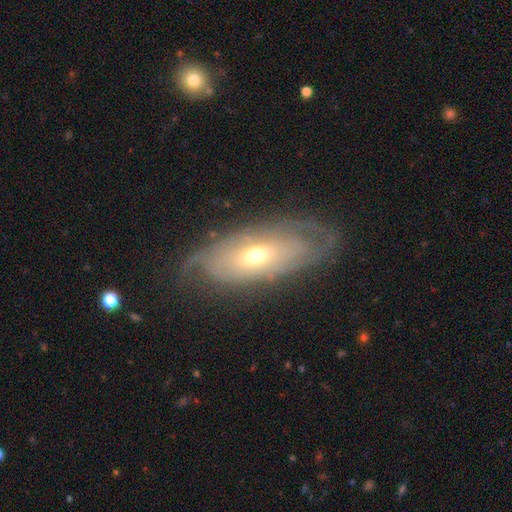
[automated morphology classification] smooth_or_featured: featured or disk (p=0.69) [alt: smooth p=0.24]
disk_edge_on: no (p=0.83) [alt: yes p=0.17]
bar: no (p=0.73) [alt: weak p=0.21]
has_spiral_arms: yes (p=0.72) [alt: no p=0.28]
bulge_size: moderate (p=0.55) [alt: small p=0.39]
merging: none (p=0.69) [alt: minor disturbance p=0.20]